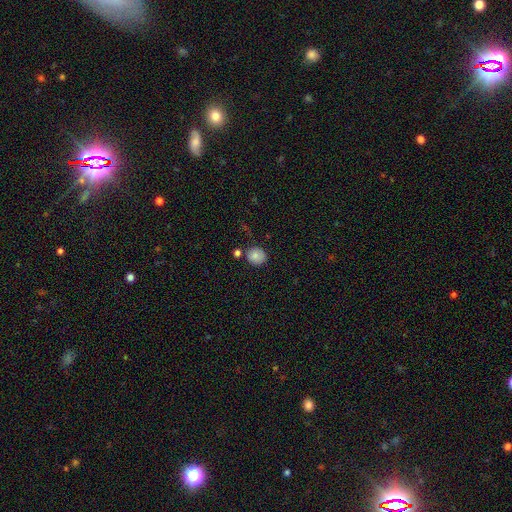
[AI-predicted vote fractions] Smooth or featured? smooth (82%)
How rounded? round (83%)
Merging? none (72%)